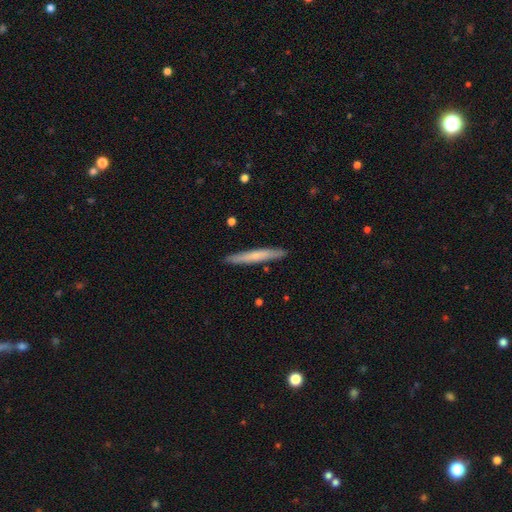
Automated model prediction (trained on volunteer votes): Overall: smooth (57%; featured or disk 38%). How rounded: cigar-shaped (96%). Merging: none (91%).